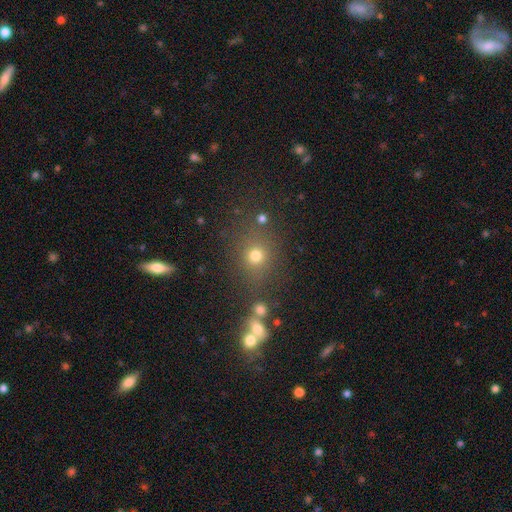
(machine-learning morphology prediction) smooth-or-featured: smooth: 70% | star or artifact: 21% | featured or disk: 10%
  how-rounded: round: 76% | in between: 23% | cigar-shaped: 2%
  merging: none: 71% | minor disturbance: 12% | merger: 11% | major disturbance: 6%